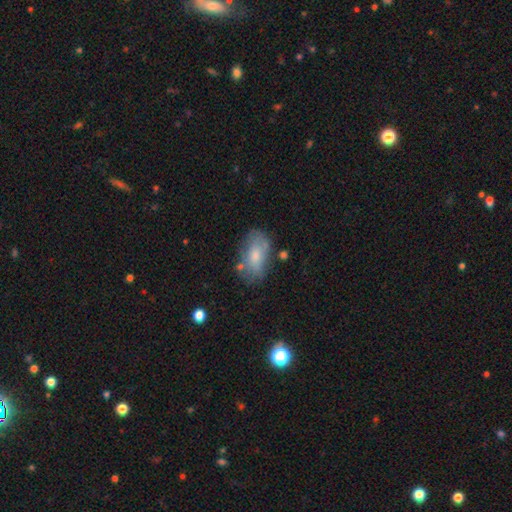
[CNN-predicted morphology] The model was most divided on "smooth or featured": smooth: 64%, featured or disk: 28%, star or artifact: 7%. More confident: how rounded — in between (91%); merging — none (62%).